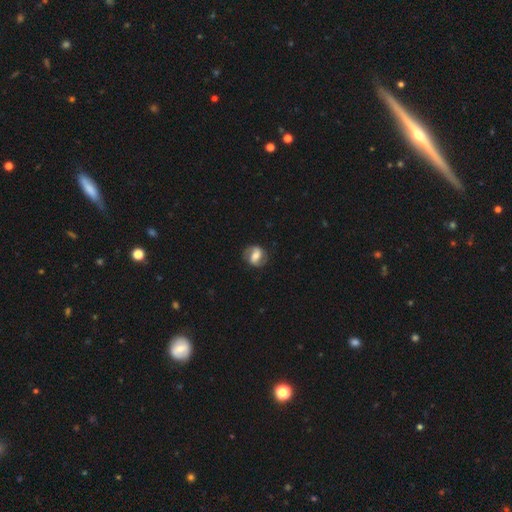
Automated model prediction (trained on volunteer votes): Q: Smooth or featured?
A: featured or disk (73%); runner-up: smooth (20%)
Q: Edge-on disk?
A: no (97%); runner-up: yes (3%)
Q: Bar?
A: weak (42%); runner-up: strong (35%)
Q: Spiral arms?
A: yes (91%); runner-up: no (9%)
Q: Spiral winding?
A: medium (47%); runner-up: tight (26%)
Q: Spiral arm count?
A: 2 (90%); runner-up: can't tell (4%)
Q: Bulge size?
A: moderate (58%); runner-up: small (24%)
Q: Merging?
A: none (83%); runner-up: minor disturbance (12%)